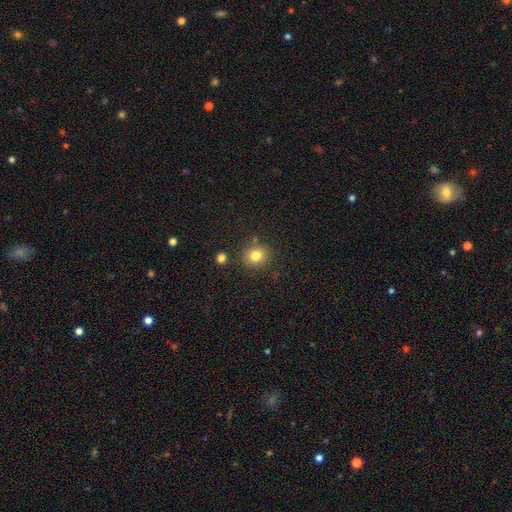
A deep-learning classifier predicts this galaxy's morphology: Overall: smooth (81%). How rounded: round (75%). Merging: none (82%).